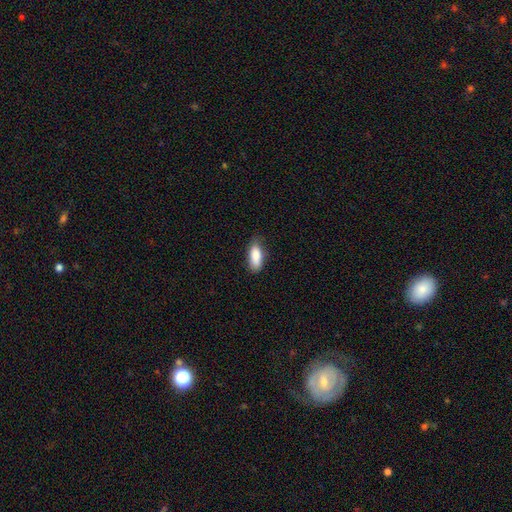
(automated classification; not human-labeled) Smooth or featured?
  - smooth: 86% *
  - featured or disk: 7%
  - star or artifact: 7%
How rounded?
  - in between: 78% *
  - cigar-shaped: 20%
  - round: 2%
Merging?
  - none: 70% *
  - minor disturbance: 24%
  - major disturbance: 4%
  - merger: 1%